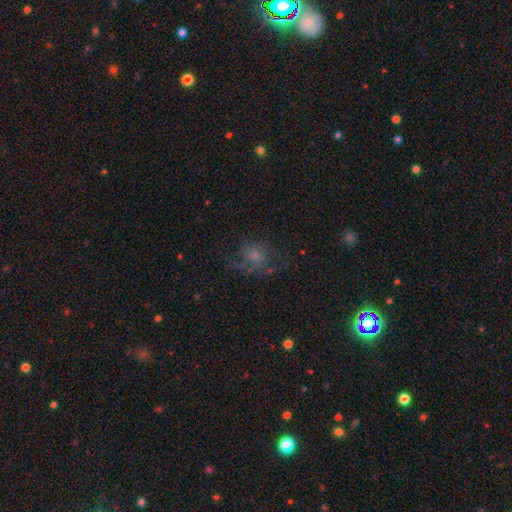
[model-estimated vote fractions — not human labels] Q: Smooth or featured?
A: featured or disk (49%); runner-up: smooth (30%)
Q: Merging?
A: none (54%); runner-up: major disturbance (24%)